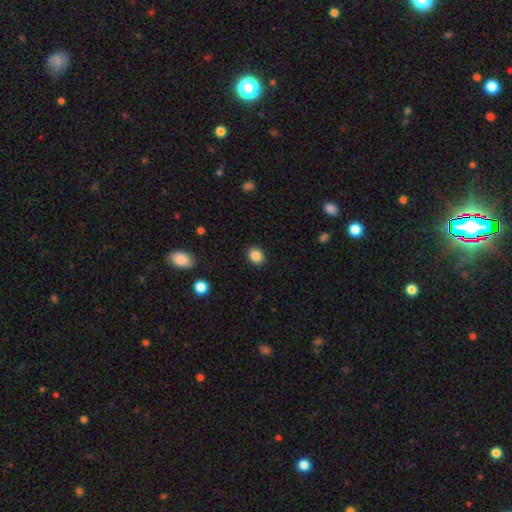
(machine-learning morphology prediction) type=smooth (87%); roundness=round (55%); merging=none (90%).